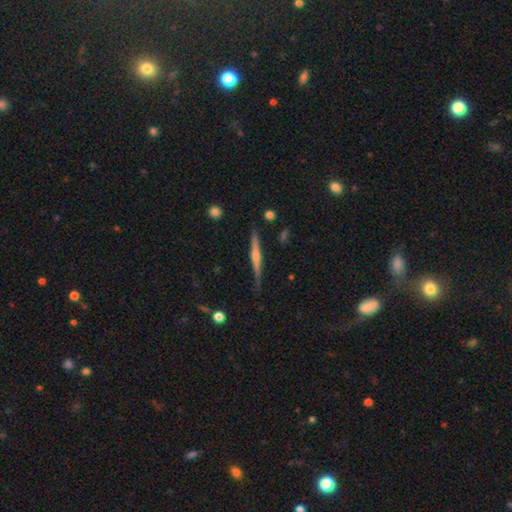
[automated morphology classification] featured or disk 74%, smooth 20%, star or artifact 6%. Down the decision tree: edge-on disk — yes (98%); edge-on bulge — rounded (73%); merging — none (83%).